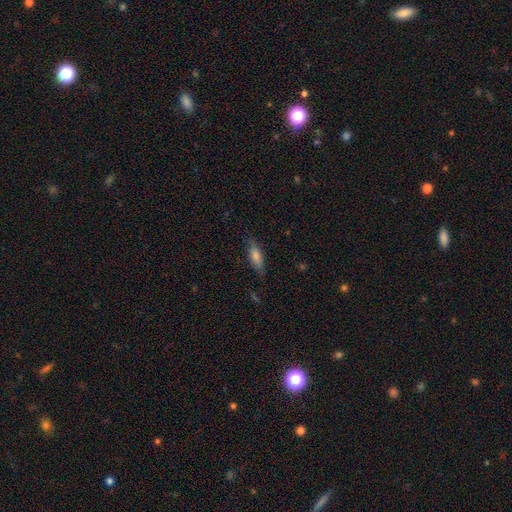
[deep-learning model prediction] smooth_or_featured: smooth (p=0.76) [alt: featured or disk p=0.16]
how_rounded: in between (p=0.57) [alt: cigar-shaped p=0.41]
merging: none (p=0.78) [alt: minor disturbance p=0.16]